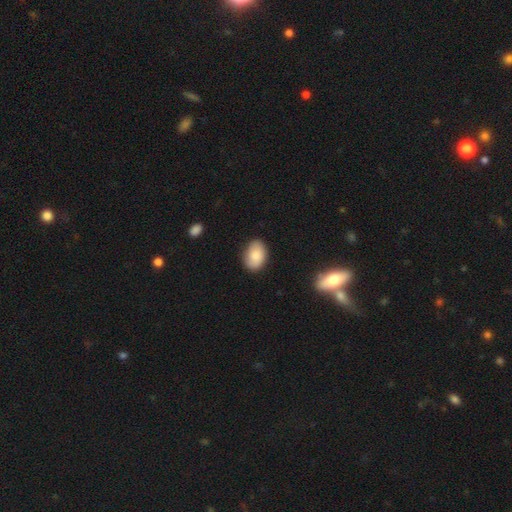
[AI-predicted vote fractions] Q: Smooth or featured?
A: smooth (83%); runner-up: featured or disk (10%)
Q: How rounded?
A: in between (83%); runner-up: round (16%)
Q: Merging?
A: none (83%); runner-up: minor disturbance (13%)